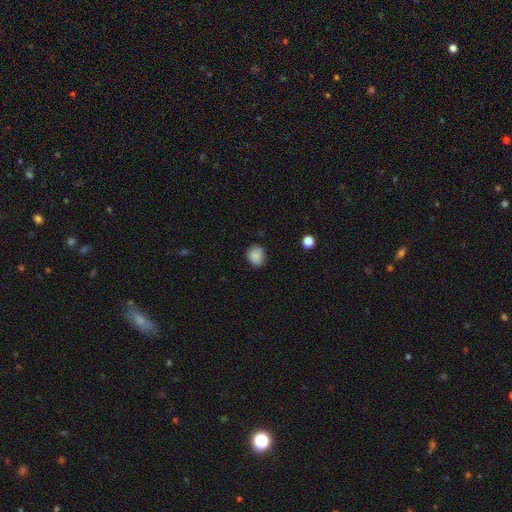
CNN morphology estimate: Smooth or featured: smooth — 86% (star or artifact — 9%)
How rounded: round — 66% (in between — 33%)
Merging: none — 76% (minor disturbance — 19%)